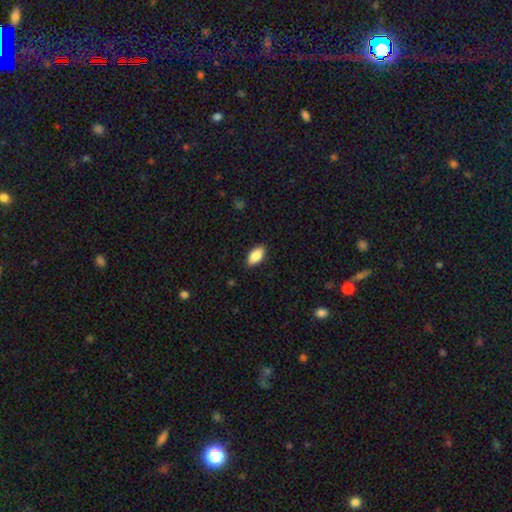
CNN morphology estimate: smooth-or-featured: smooth: 86% | featured or disk: 7% | star or artifact: 7%
  how-rounded: in between: 92% | cigar-shaped: 5% | round: 3%
  merging: none: 87% | minor disturbance: 10% | major disturbance: 2% | merger: 1%